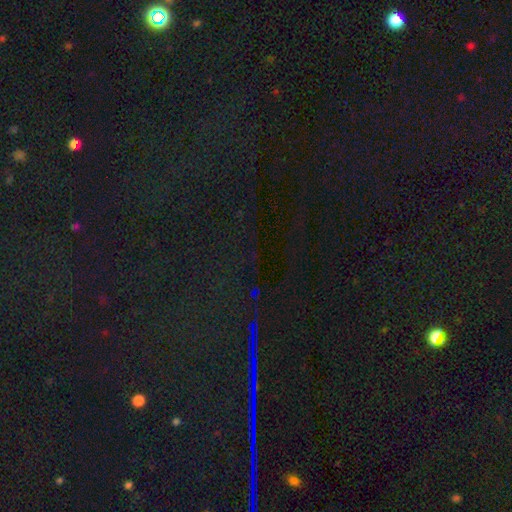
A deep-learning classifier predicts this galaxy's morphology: Smooth or featured? star or artifact (74%)